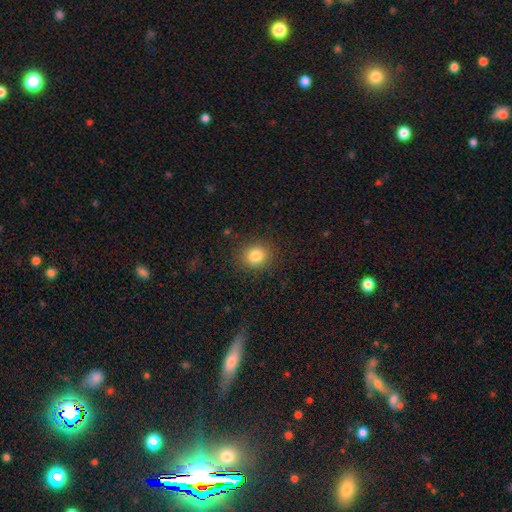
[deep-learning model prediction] This is clearly a smooth galaxy (82%). How rounded: likely round (79%). Merging: clearly none (88%).